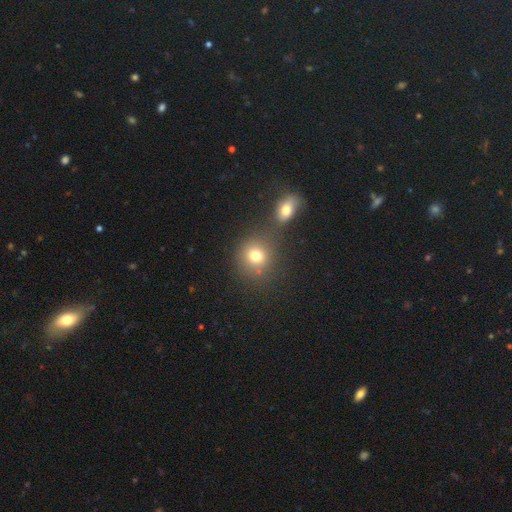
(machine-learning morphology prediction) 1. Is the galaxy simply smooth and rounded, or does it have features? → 76% smooth, 15% star or artifact, 9% featured or disk.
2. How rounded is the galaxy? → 82% round, 17% in between, 1% cigar-shaped.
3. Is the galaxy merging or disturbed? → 62% none, 24% merger, 9% minor disturbance, 4% major disturbance.